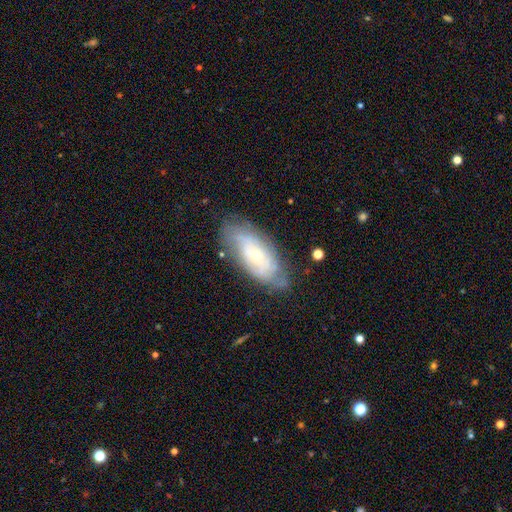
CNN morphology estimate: This is likely a featured or disk galaxy (65%). It is clearly not viewed edge-on (88%). Bar: likely no (74%). Spiral arm pattern: likely yes (73%). Central bulge: likely small (65%). Merging: likely none (70%).